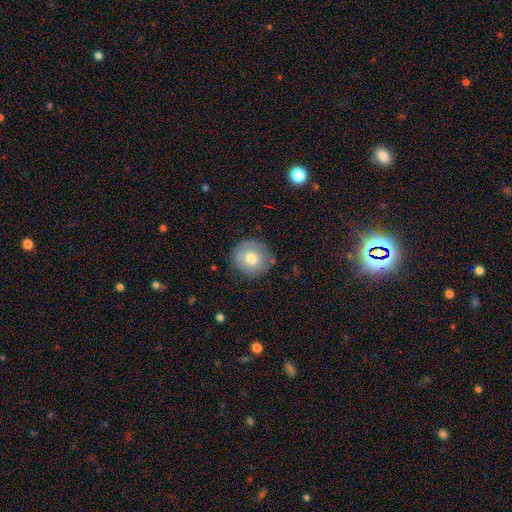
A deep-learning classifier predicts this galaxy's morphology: Smooth or featured? Predicted: smooth (p=0.63). How rounded? Predicted: round (p=0.90). Merging? Predicted: none (p=0.84).